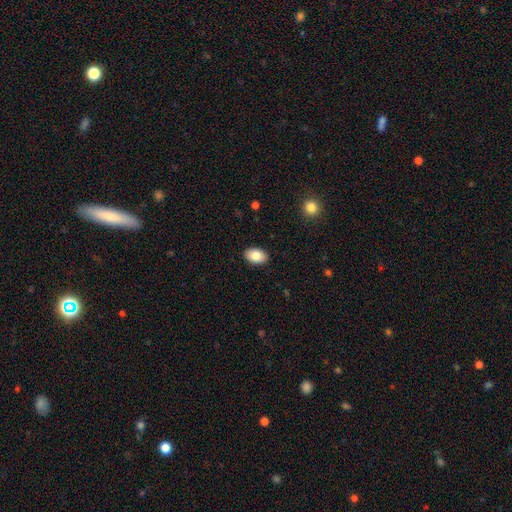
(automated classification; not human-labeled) Smooth or featured: smooth — 84% (featured or disk — 9%)
How rounded: in between — 91% (round — 8%)
Merging: none — 90% (minor disturbance — 8%)